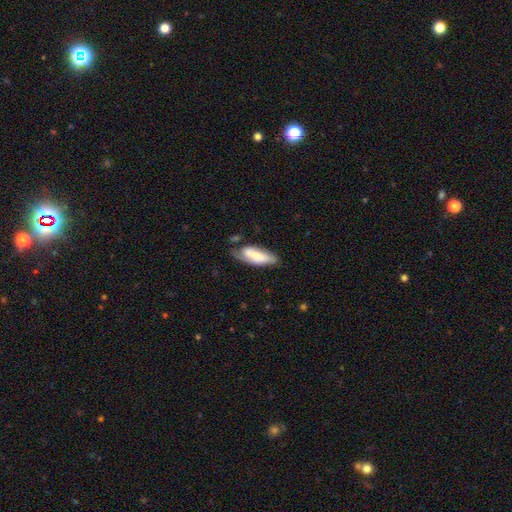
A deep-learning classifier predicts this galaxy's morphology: This is possibly a smooth galaxy (59%). How rounded: likely in between (67%). Merging: marginally none (44%).